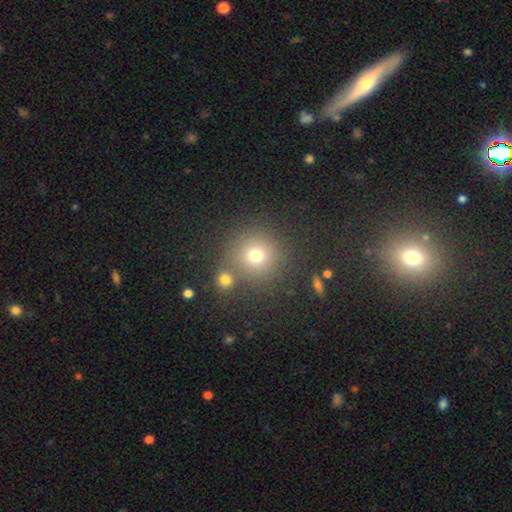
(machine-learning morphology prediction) A smooth galaxy with no disk features (71%) that is round (92%). Merging: none (74%).